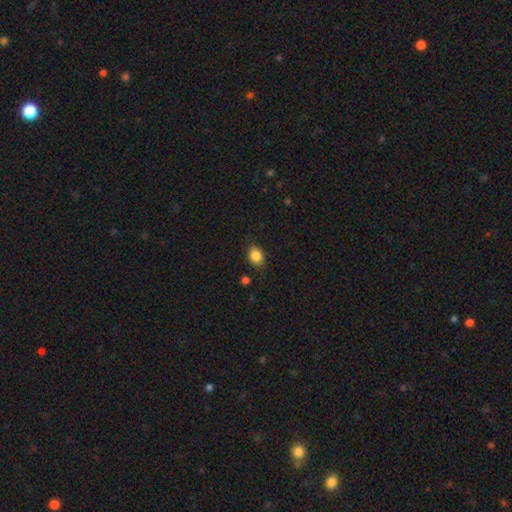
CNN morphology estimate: A smooth galaxy with no disk features (86%) that is in between round and cigar-shaped (51%).

Vote fractions:
- Smooth or featured? smooth: 86% / star or artifact: 10% / featured or disk: 5%
- How rounded? in between: 51% / round: 48% / cigar-shaped: 1%
- Merging? none: 82% / minor disturbance: 13% / major disturbance: 3% / merger: 2%